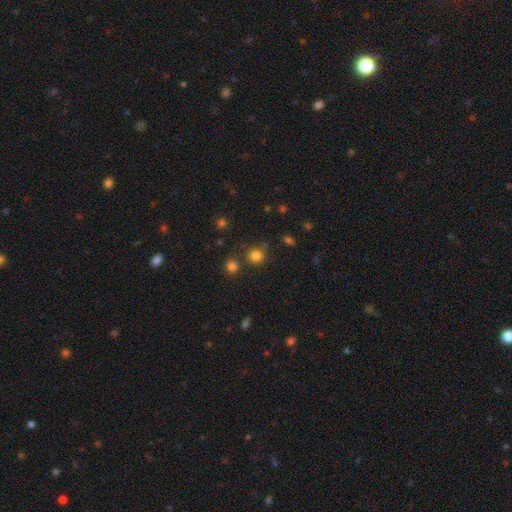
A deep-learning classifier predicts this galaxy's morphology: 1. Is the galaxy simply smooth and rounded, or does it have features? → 80% smooth, 15% star or artifact, 5% featured or disk.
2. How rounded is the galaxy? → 86% round, 13% in between, 1% cigar-shaped.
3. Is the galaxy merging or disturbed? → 74% none, 12% minor disturbance, 10% merger, 5% major disturbance.